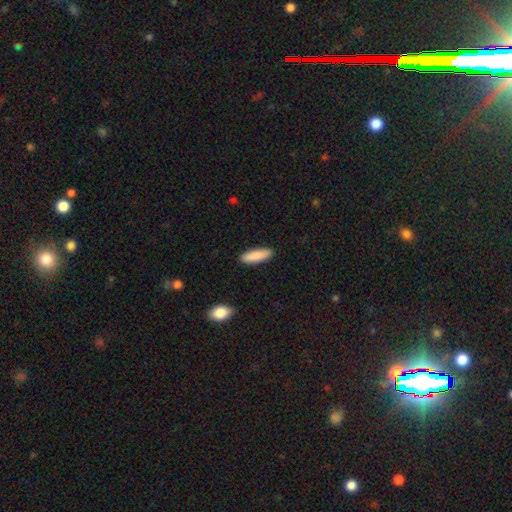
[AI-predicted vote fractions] Smooth or featured?
  - smooth: 88% *
  - featured or disk: 6%
  - star or artifact: 6%
How rounded?
  - cigar-shaped: 57% *
  - in between: 42%
  - round: 2%
Merging?
  - none: 90% *
  - minor disturbance: 7%
  - major disturbance: 2%
  - merger: 1%